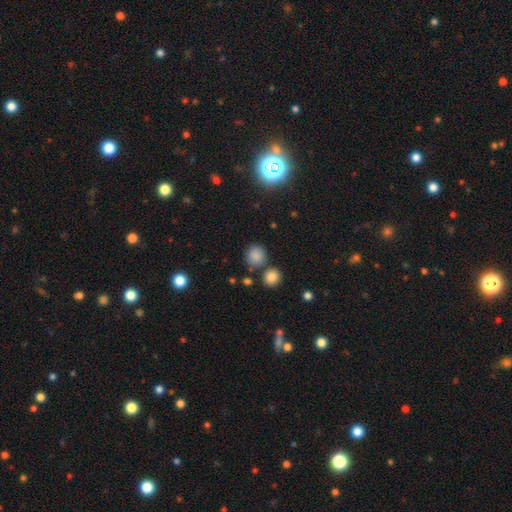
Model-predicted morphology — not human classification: Q: Smooth or featured?
A: smooth (83%); runner-up: star or artifact (11%)
Q: How rounded?
A: round (85%); runner-up: in between (14%)
Q: Merging?
A: none (74%); runner-up: minor disturbance (12%)